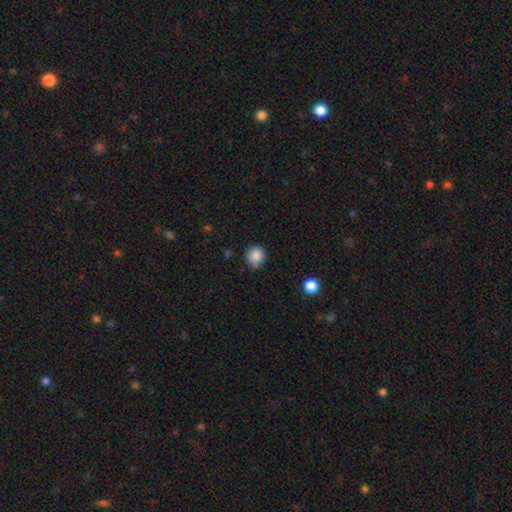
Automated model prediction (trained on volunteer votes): Overall: smooth (86%). How rounded: round (88%). Merging: none (73%).